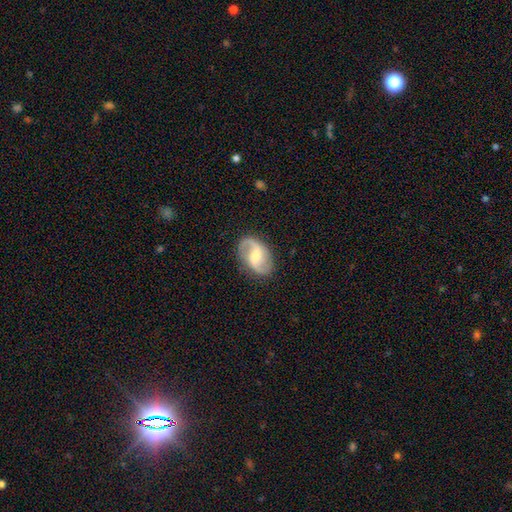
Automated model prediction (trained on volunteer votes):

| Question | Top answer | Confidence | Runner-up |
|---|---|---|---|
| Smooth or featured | featured or disk | 86% | smooth (9%) |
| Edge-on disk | no | 98% | yes (2%) |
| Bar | weak | 54% | no (27%) |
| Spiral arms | yes | 97% | no (3%) |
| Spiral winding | loose | 50% | medium (40%) |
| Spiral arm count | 2 | 92% | 1 (2%) |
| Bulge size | moderate | 48% | small (41%) |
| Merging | none | 83% | minor disturbance (12%) |